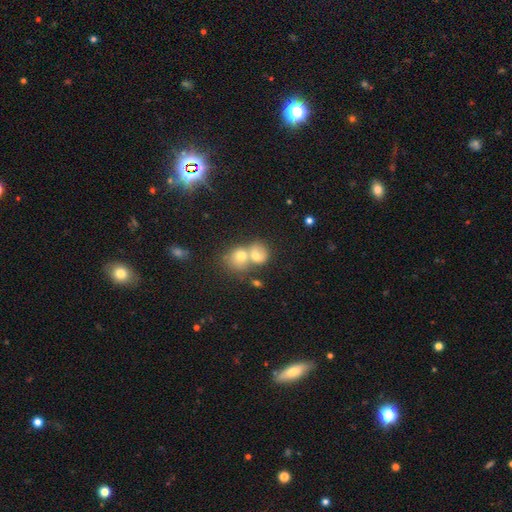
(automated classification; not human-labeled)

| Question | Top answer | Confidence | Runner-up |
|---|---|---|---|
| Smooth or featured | smooth | 68% | featured or disk (22%) |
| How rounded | round | 62% | in between (37%) |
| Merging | merger | 70% | none (21%) |